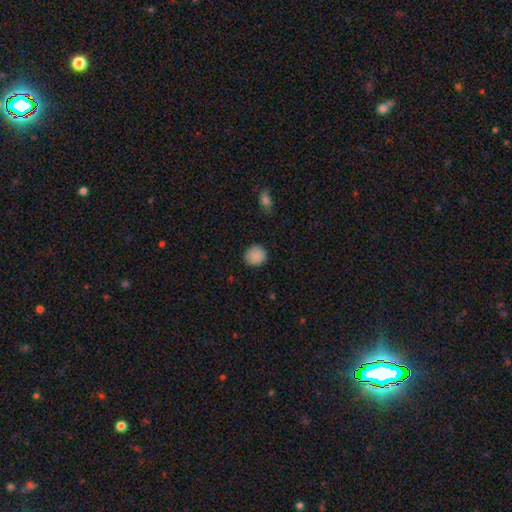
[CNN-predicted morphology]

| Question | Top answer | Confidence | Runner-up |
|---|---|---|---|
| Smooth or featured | smooth | 88% | star or artifact (9%) |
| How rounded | round | 89% | in between (10%) |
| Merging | none | 87% | minor disturbance (10%) |